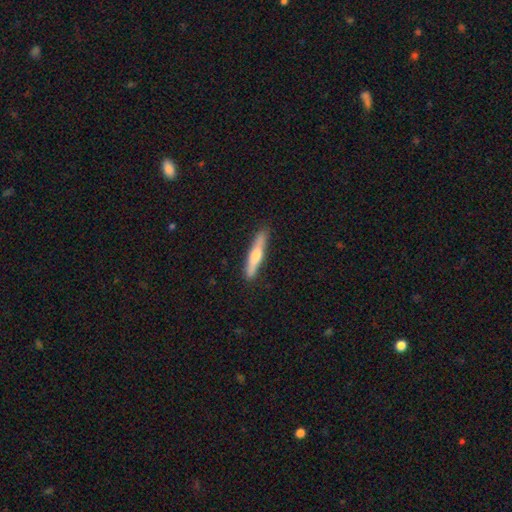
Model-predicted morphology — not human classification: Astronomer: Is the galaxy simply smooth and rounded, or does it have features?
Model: smooth — 49% (runner-up: featured or disk, 46%).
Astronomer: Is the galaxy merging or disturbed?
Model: none — 88%.